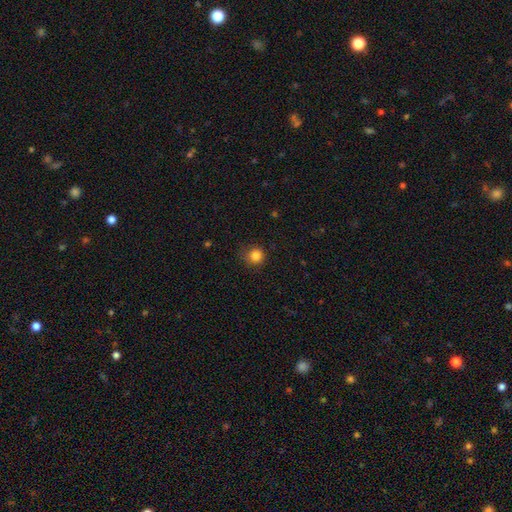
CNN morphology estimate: Smooth or featured? smooth (83%)
How rounded? round (92%)
Merging? none (84%)